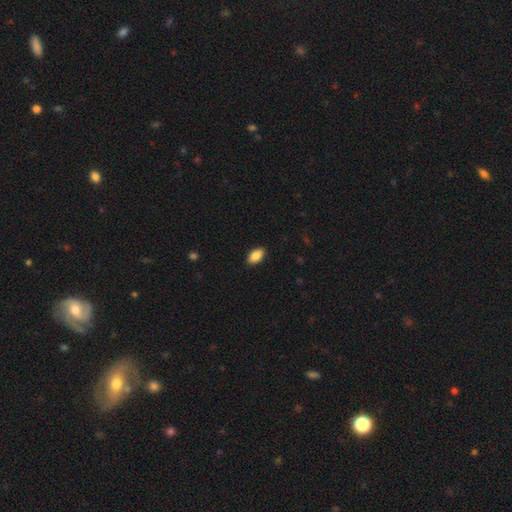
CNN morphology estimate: Smooth or featured?
  - smooth: 87% *
  - star or artifact: 7%
  - featured or disk: 6%
How rounded?
  - in between: 92% *
  - round: 4%
  - cigar-shaped: 4%
Merging?
  - none: 89% *
  - minor disturbance: 8%
  - major disturbance: 2%
  - merger: 1%